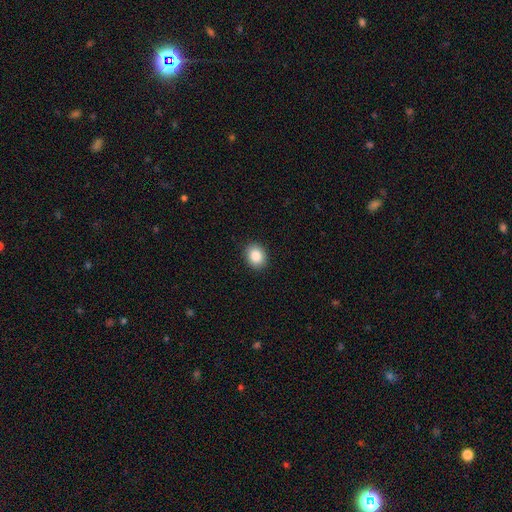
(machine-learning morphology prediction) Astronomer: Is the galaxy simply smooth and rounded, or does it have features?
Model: smooth — 88%.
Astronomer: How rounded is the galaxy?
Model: round — 53% (runner-up: in between, 46%).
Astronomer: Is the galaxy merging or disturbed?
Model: none — 90%.